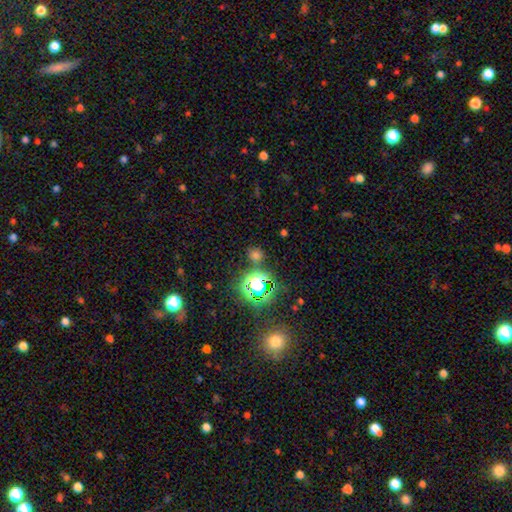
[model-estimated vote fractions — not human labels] Smooth or featured? smooth (56%)
How rounded? round (80%)
Merging? none (78%)